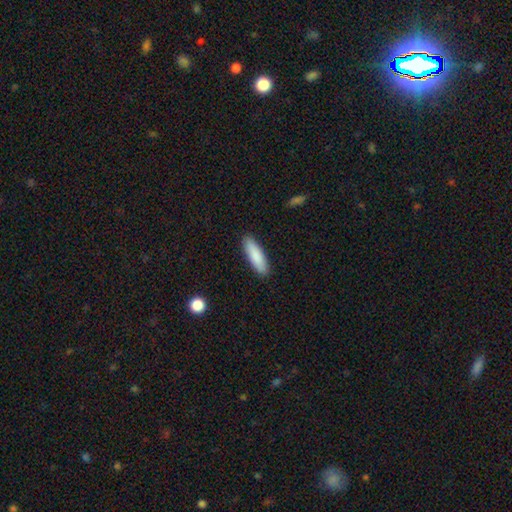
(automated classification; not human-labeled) Overall: smooth (87%). How rounded: cigar-shaped (59%; in between 40%). Merging: none (90%).